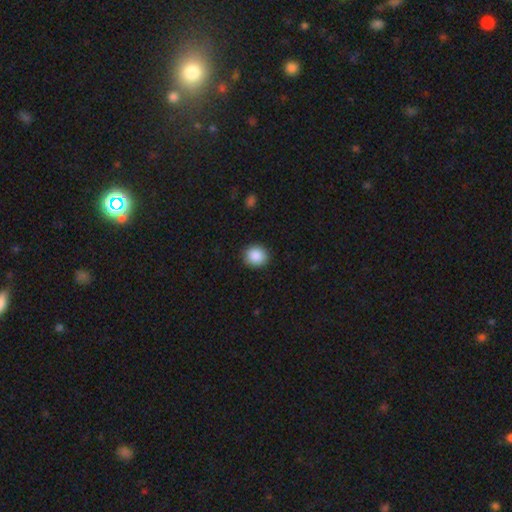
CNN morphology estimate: The model was most divided on "how rounded": round: 81%, in between: 19%, cigar-shaped: 1%. More confident: merging — none (90%); smooth or featured — smooth (89%).